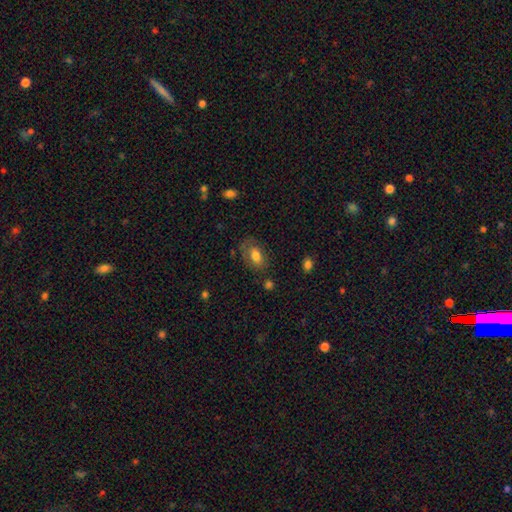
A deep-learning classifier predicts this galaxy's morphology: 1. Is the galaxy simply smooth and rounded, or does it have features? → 71% smooth, 21% featured or disk, 8% star or artifact.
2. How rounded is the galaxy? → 87% in between, 11% round, 2% cigar-shaped.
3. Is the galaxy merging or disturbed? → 61% none, 23% minor disturbance, 12% major disturbance, 3% merger.